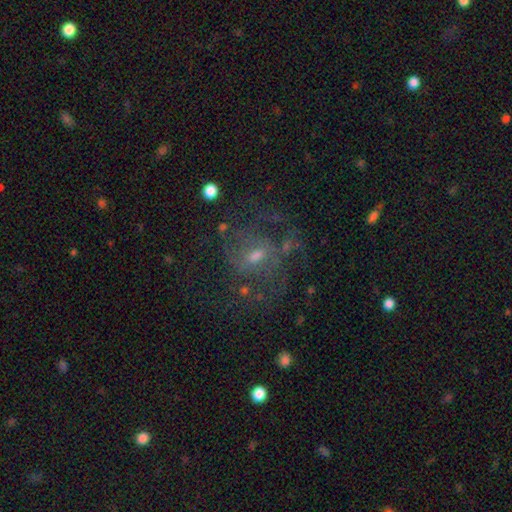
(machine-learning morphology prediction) This appears to be a featured or disk galaxy (63%) with no bar (53%), spiral arms (71%) and a small central bulge (49%). Merging: none (59%).